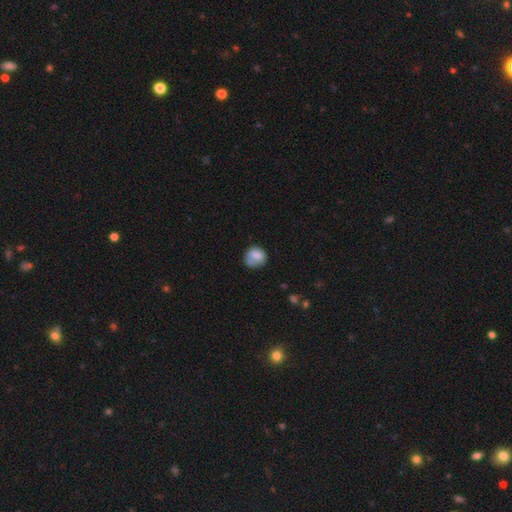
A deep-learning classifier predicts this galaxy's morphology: Smooth or featured? smooth (74%)
How rounded? round (72%)
Merging? none (49%)